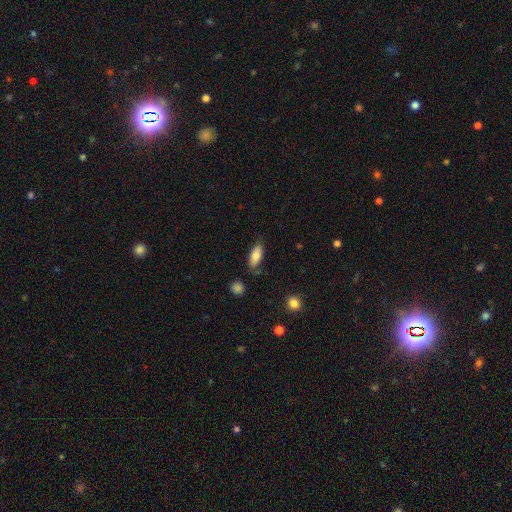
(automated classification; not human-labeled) smooth 80%, featured or disk 13%, star or artifact 7%. Down the decision tree: how rounded — in between (82%); merging — none (73%).